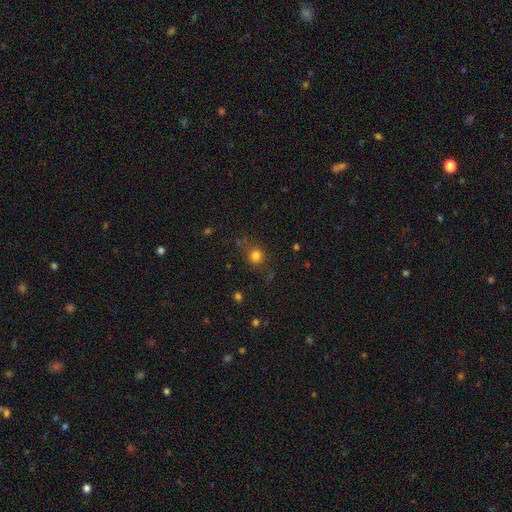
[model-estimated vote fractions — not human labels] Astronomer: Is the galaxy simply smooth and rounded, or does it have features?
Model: smooth — 77%.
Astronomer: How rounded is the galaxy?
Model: round — 85%.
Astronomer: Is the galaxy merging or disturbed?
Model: none — 78%.